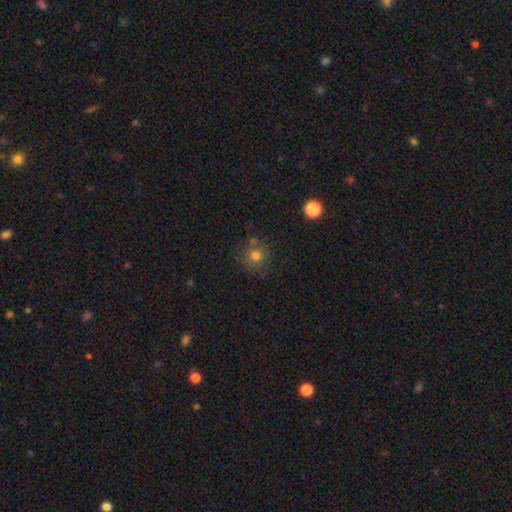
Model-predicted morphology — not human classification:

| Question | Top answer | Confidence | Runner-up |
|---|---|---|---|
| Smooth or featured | smooth | 76% | star or artifact (14%) |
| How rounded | round | 90% | in between (9%) |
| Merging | none | 74% | minor disturbance (12%) |